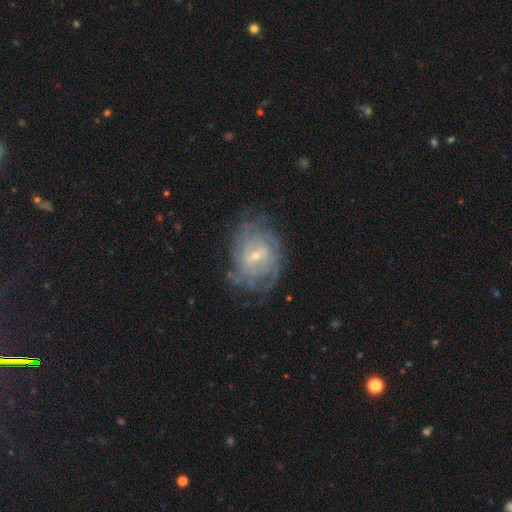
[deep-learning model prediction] Smooth or featured?
  - featured or disk: 81% *
  - smooth: 12%
  - star or artifact: 7%
Edge-on disk?
  - no: 97% *
  - yes: 3%
Bar?
  - weak: 52% *
  - no: 38%
  - strong: 10%
Spiral arms?
  - yes: 88% *
  - no: 12%
Spiral winding?
  - tight: 62% *
  - medium: 29%
  - loose: 10%
Spiral arm count?
  - can't tell: 52% *
  - 4: 15%
  - 2: 10%
  - more than 4: 9%
  - 3: 9%
  - 1: 5%
Bulge size?
  - small: 73% *
  - moderate: 23%
  - none: 2%
  - large: 1%
  - dominant: 1%
Merging?
  - none: 68% *
  - minor disturbance: 20%
  - major disturbance: 11%
  - merger: 2%